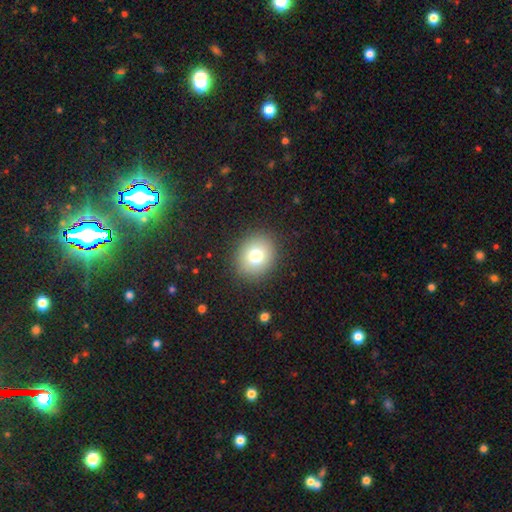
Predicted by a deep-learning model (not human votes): smooth_or_featured: smooth (p=0.76) [alt: featured or disk p=0.12]
how_rounded: round (p=0.71) [alt: in between p=0.28]
merging: none (p=0.89) [alt: minor disturbance p=0.07]